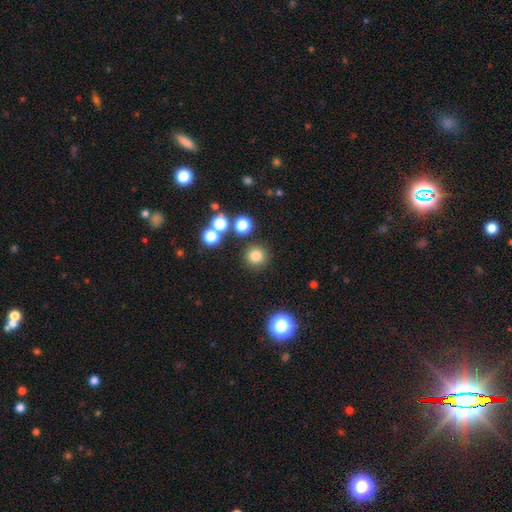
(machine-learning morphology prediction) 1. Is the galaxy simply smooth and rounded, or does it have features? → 79% smooth, 16% star or artifact, 6% featured or disk.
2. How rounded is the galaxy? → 95% round, 4% in between, 1% cigar-shaped.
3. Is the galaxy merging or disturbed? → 86% none, 6% minor disturbance, 4% merger, 3% major disturbance.